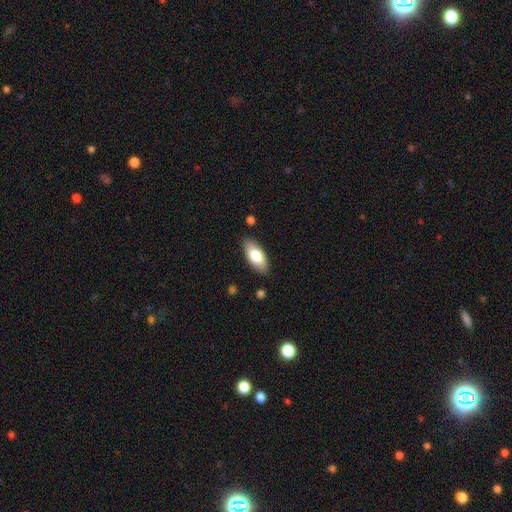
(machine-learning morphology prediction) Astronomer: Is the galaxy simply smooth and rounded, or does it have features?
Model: smooth — 76%.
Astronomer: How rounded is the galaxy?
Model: in between — 86%.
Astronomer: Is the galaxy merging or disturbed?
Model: none — 86%.